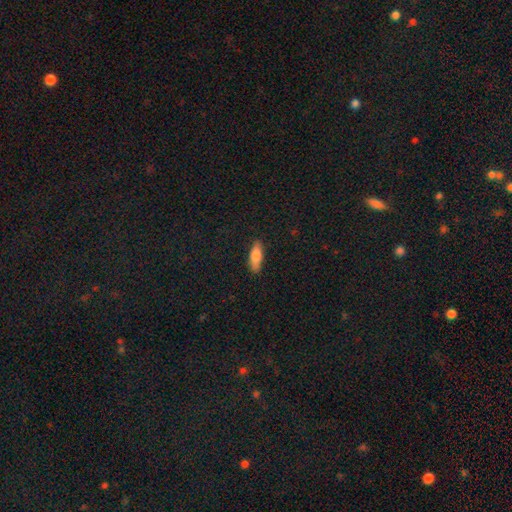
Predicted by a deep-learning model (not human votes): Smooth or featured: smooth — 80% (featured or disk — 14%)
How rounded: in between — 60% (cigar-shaped — 38%)
Merging: none — 85% (minor disturbance — 12%)